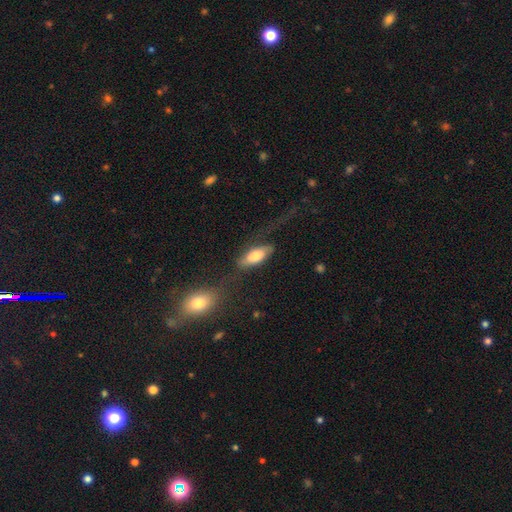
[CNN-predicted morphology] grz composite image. It shows a smooth galaxy with no disk features (64%) that is in between round and cigar-shaped (80%). Merging: none (49%).